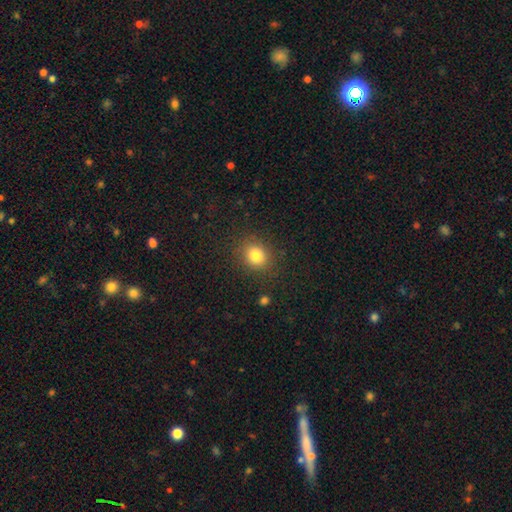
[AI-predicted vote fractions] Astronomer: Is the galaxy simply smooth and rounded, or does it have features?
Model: smooth — 82%.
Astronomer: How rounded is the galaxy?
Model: round — 72%.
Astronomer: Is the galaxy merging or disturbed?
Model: none — 86%.